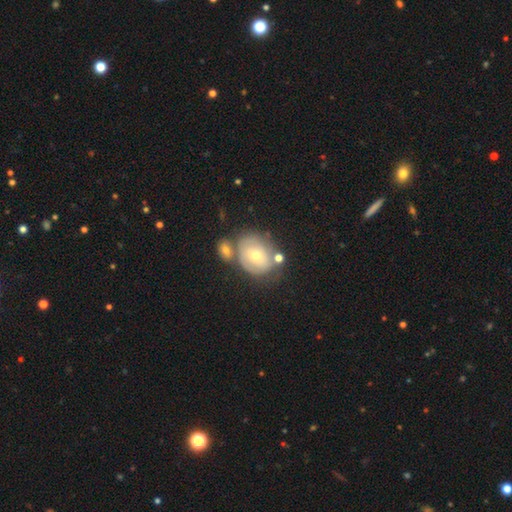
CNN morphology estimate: type=smooth (48%); merging=none (47%).